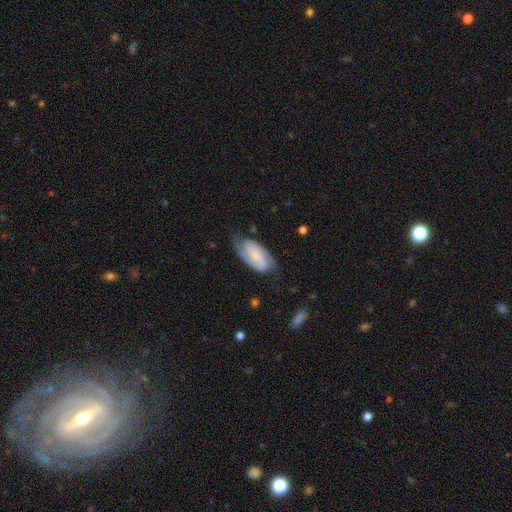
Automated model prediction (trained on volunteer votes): smooth_or_featured: featured or disk (p=0.63) [alt: smooth p=0.31]
disk_edge_on: no (p=0.95) [alt: yes p=0.05]
bar: no (p=0.56) [alt: weak p=0.31]
has_spiral_arms: yes (p=0.92) [alt: no p=0.08]
spiral_winding: medium (p=0.40) [tied with: tight p=0.40]
spiral_arm_count: 2 (p=0.81) [alt: can't tell p=0.10]
bulge_size: small (p=0.55) [alt: none p=0.21]
merging: none (p=0.62) [alt: minor disturbance p=0.25]